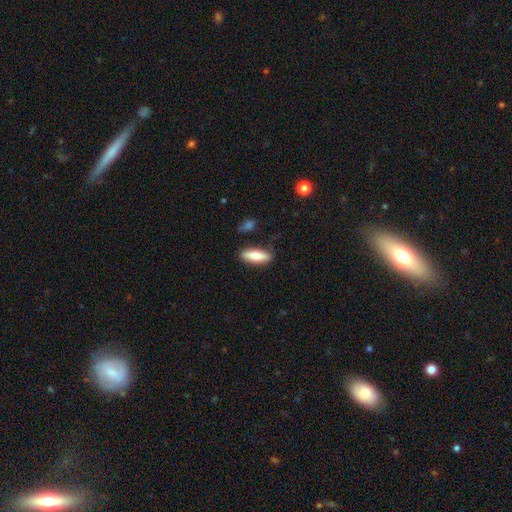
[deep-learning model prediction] This appears to be a smooth galaxy with no disk features (80%) that is in between round and cigar-shaped (52%). Merging: none (80%).